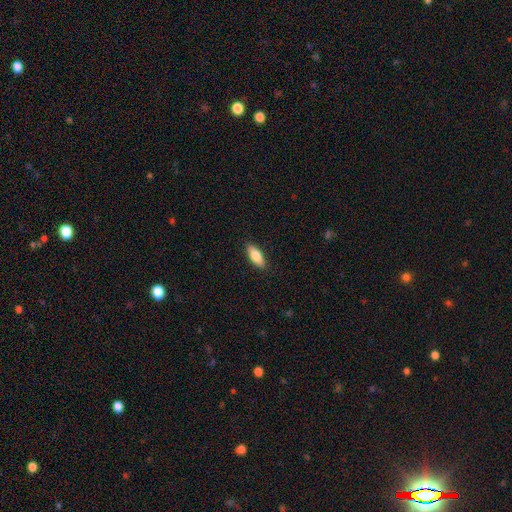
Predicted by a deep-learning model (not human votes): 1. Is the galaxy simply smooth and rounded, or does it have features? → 83% smooth, 11% featured or disk, 6% star or artifact.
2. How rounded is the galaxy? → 75% in between, 23% cigar-shaped, 2% round.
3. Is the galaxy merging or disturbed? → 88% none, 9% minor disturbance, 2% major disturbance, 1% merger.